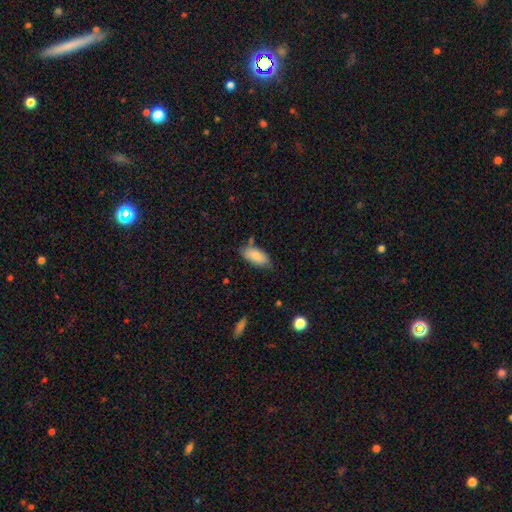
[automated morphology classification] The model was most divided on "merging": none: 67%, minor disturbance: 24%, merger: 5%, major disturbance: 5%. More confident: how rounded — in between (89%); smooth or featured — smooth (86%).